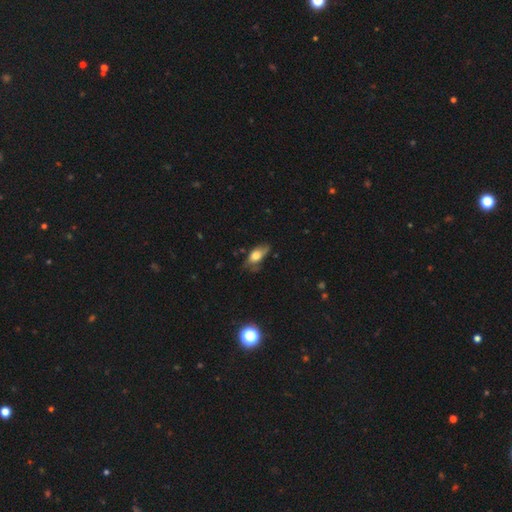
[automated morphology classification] This is likely a smooth galaxy (62%). How rounded: clearly in between (83%). Merging: possibly none (47%).